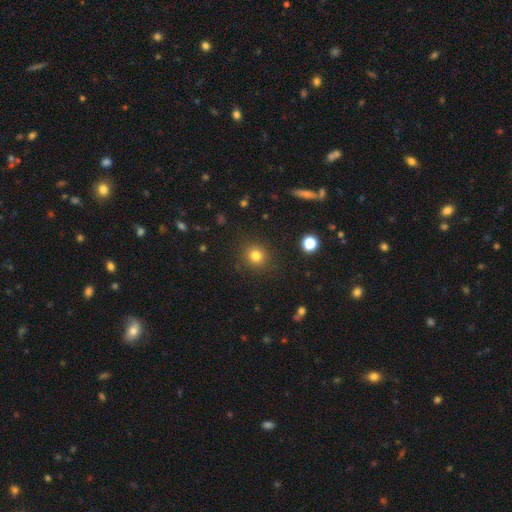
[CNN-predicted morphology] A smooth galaxy with no disk features (80%) that is round (89%). Merging: none (89%).